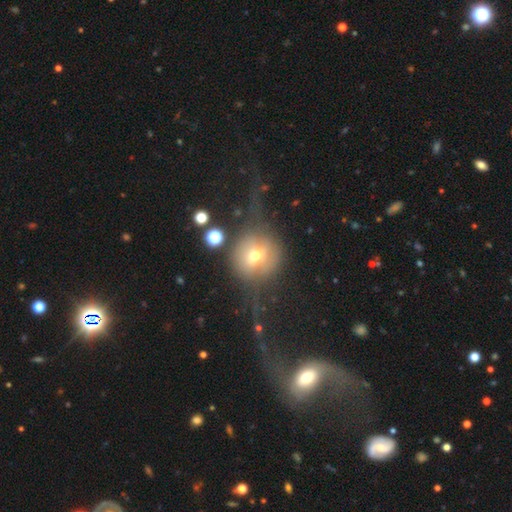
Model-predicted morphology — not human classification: This appears to be a smooth galaxy with no disk features (50%). Merging: none (45%).